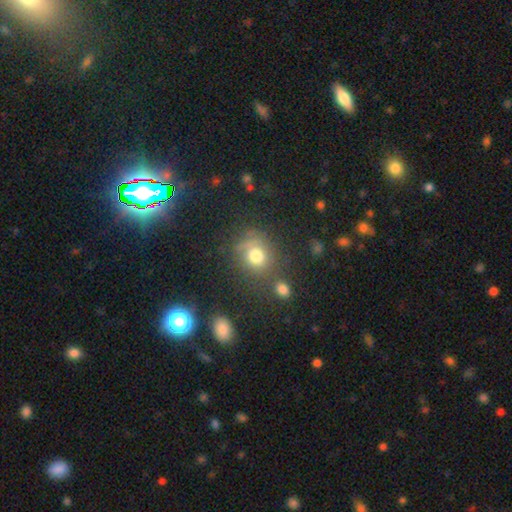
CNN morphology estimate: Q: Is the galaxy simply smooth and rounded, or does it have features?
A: smooth — 70%.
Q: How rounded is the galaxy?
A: round — 74%.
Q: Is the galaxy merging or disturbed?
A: none — 62%.